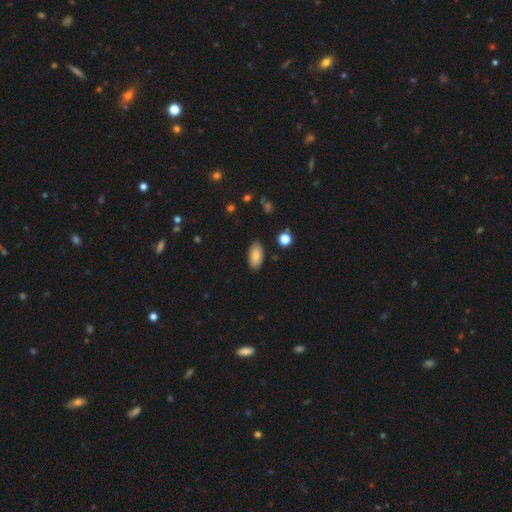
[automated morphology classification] Q: Smooth or featured?
A: smooth (82%); runner-up: featured or disk (11%)
Q: How rounded?
A: in between (91%); runner-up: cigar-shaped (6%)
Q: Merging?
A: none (87%); runner-up: minor disturbance (9%)